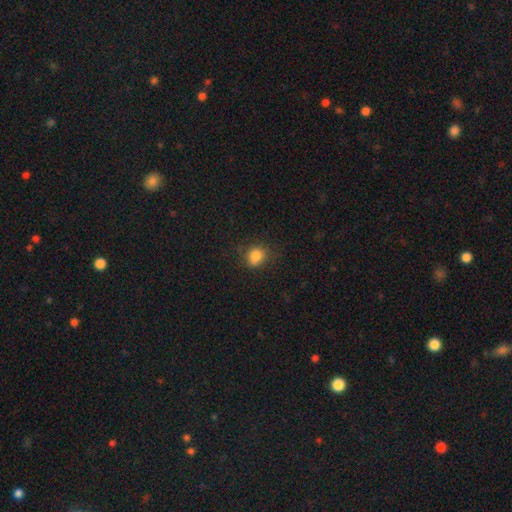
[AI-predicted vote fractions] Q: Smooth or featured?
A: smooth (82%); runner-up: star or artifact (12%)
Q: How rounded?
A: round (63%); runner-up: in between (36%)
Q: Merging?
A: none (70%); runner-up: minor disturbance (21%)